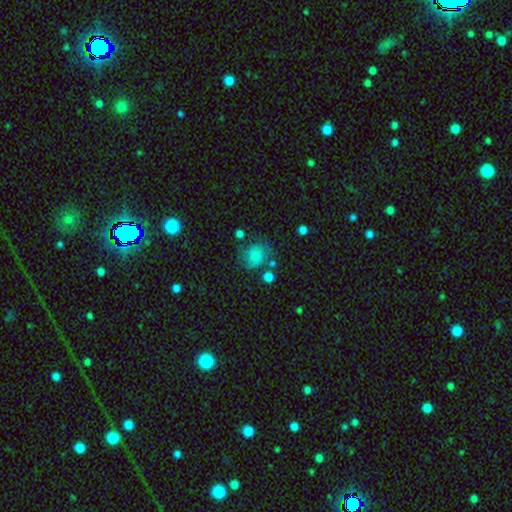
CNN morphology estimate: Smooth or featured: smooth — 64% (featured or disk — 25%)
How rounded: round — 71% (in between — 28%)
Merging: none — 53% (minor disturbance — 25%)